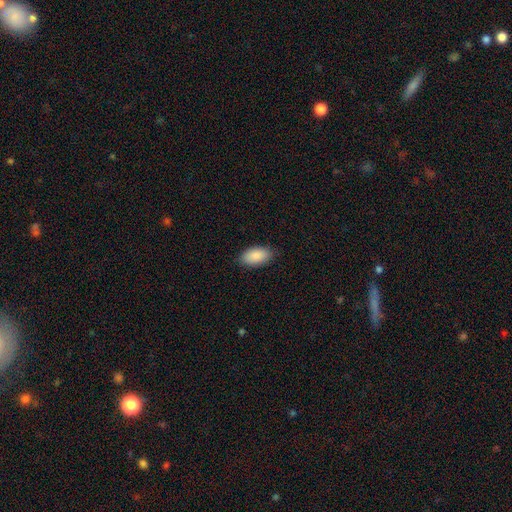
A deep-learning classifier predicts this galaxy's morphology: type=smooth (90%); roundness=in between (95%); merging=none (87%).